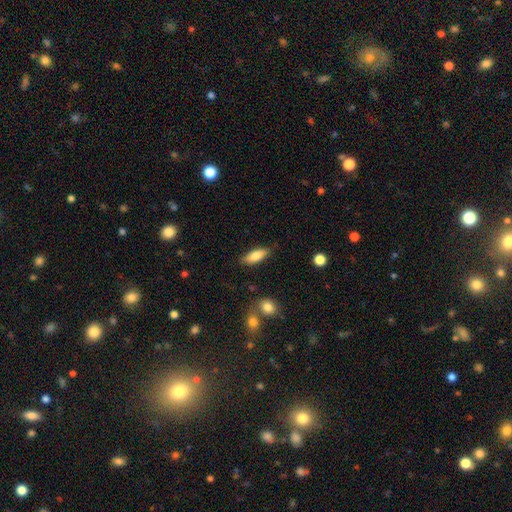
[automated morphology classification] A smooth galaxy with no disk features (77%) that is in between round and cigar-shaped (69%). Merging: none (83%).